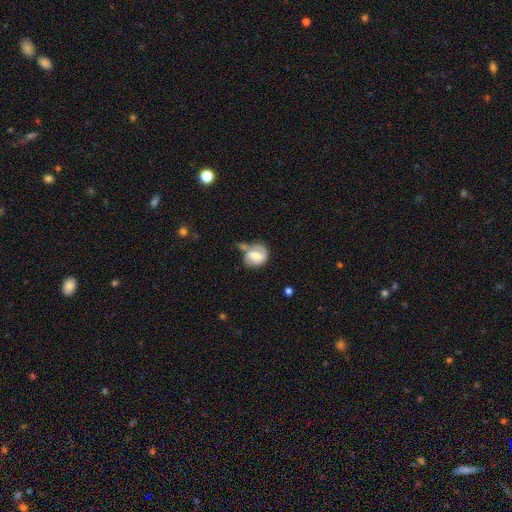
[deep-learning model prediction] Smooth or featured?
  - featured or disk: 50% *
  - smooth: 42%
  - star or artifact: 7%
Edge-on disk?
  - no: 97% *
  - yes: 3%
Merging?
  - none: 34% *
  - minor disturbance: 25%
  - merger: 24%
  - major disturbance: 16%